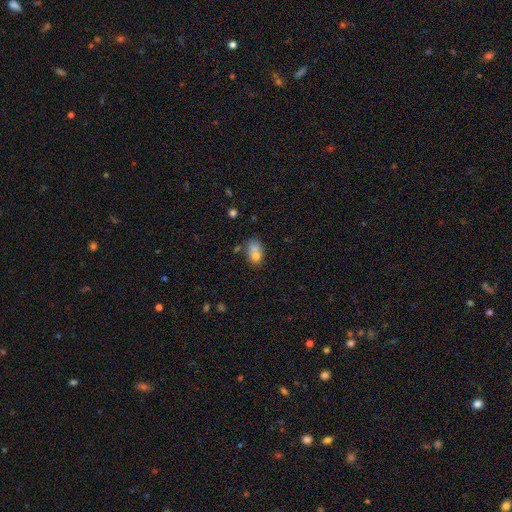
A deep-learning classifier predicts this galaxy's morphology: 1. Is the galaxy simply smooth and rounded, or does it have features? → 72% smooth, 17% featured or disk, 11% star or artifact.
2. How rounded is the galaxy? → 74% in between, 24% round, 2% cigar-shaped.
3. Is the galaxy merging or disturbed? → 38% none, 37% merger, 17% minor disturbance, 8% major disturbance.